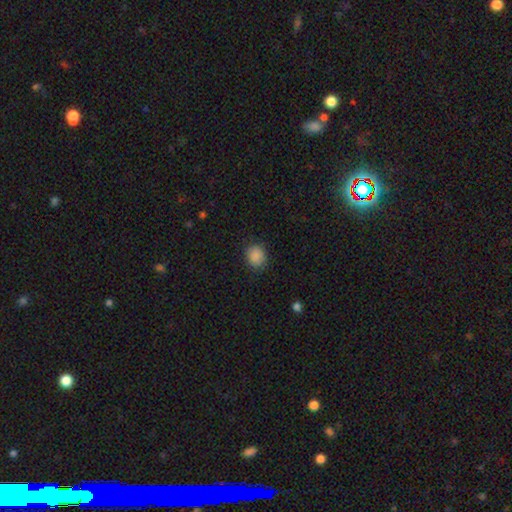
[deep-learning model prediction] This is clearly a smooth galaxy (88%). How rounded: likely round (72%). Merging: clearly none (85%).